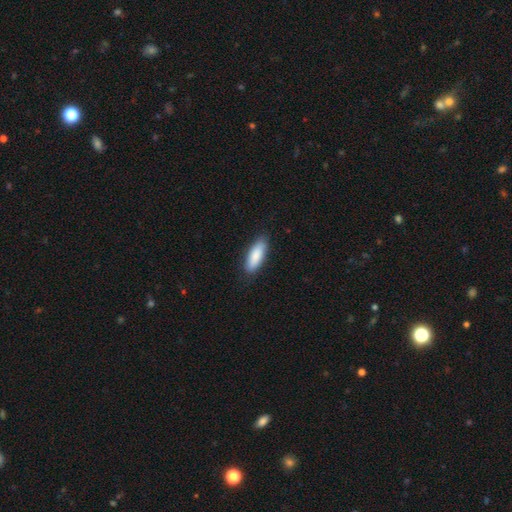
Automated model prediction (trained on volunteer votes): Q: Smooth or featured?
A: smooth (86%); runner-up: featured or disk (9%)
Q: How rounded?
A: in between (66%); runner-up: cigar-shaped (33%)
Q: Merging?
A: none (85%); runner-up: minor disturbance (12%)